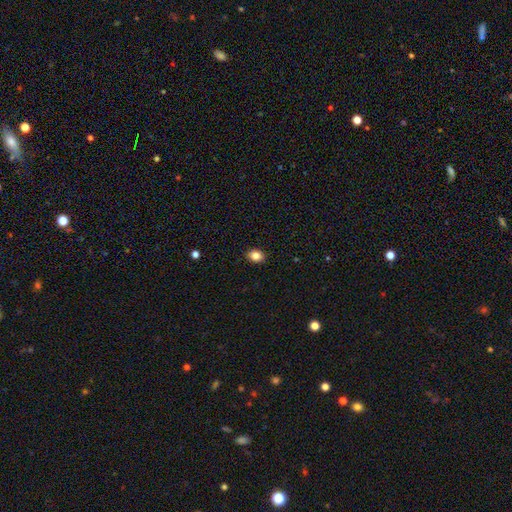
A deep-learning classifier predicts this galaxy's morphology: Q: Smooth or featured?
A: smooth (85%); runner-up: star or artifact (10%)
Q: How rounded?
A: in between (64%); runner-up: round (35%)
Q: Merging?
A: none (90%); runner-up: minor disturbance (8%)